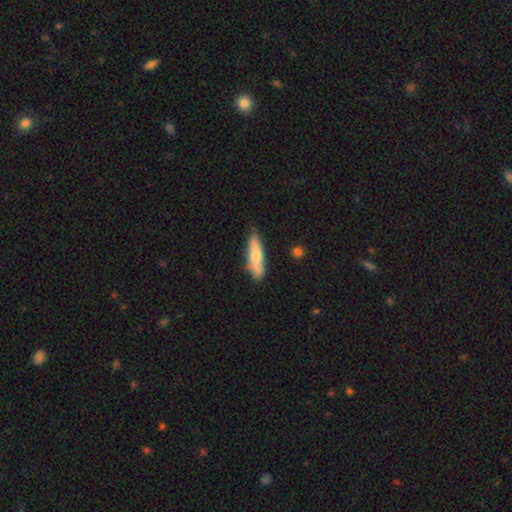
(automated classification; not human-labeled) Q: Smooth or featured?
A: smooth (72%); runner-up: featured or disk (23%)
Q: How rounded?
A: cigar-shaped (63%); runner-up: in between (35%)
Q: Merging?
A: none (74%); runner-up: minor disturbance (19%)